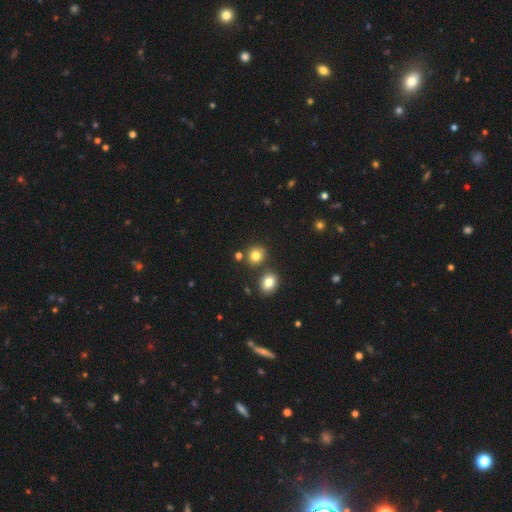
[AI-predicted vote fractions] Q: Smooth or featured?
A: smooth (80%); runner-up: star or artifact (13%)
Q: How rounded?
A: round (80%); runner-up: in between (19%)
Q: Merging?
A: none (75%); runner-up: merger (13%)